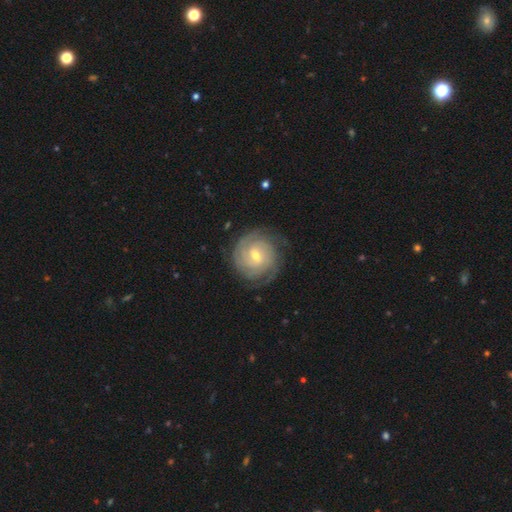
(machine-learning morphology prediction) The model was most divided on "bulge size": small: 52%, moderate: 45%, large: 2%, none: 1%, dominant: 1%. Remaining: edge-on disk — no (98%); spiral arms — yes (96%); smooth or featured — featured or disk (83%); merging — none (80%); spiral winding — tight (79%); bar — weak (52%); spiral arm count — can't tell (31%).